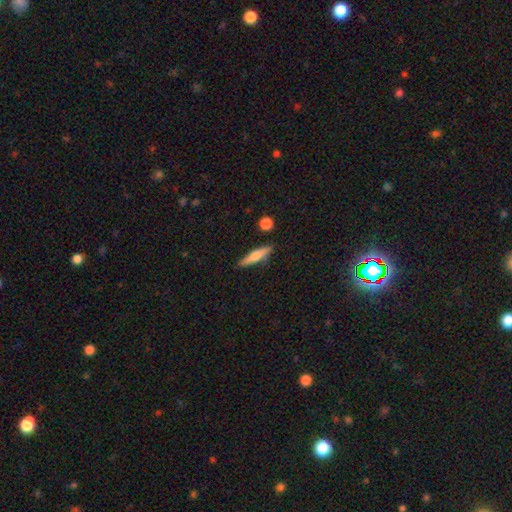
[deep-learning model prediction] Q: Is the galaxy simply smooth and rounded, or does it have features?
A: smooth — 56%.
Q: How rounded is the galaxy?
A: cigar-shaped — 81%.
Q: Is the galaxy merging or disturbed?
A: none — 83%.